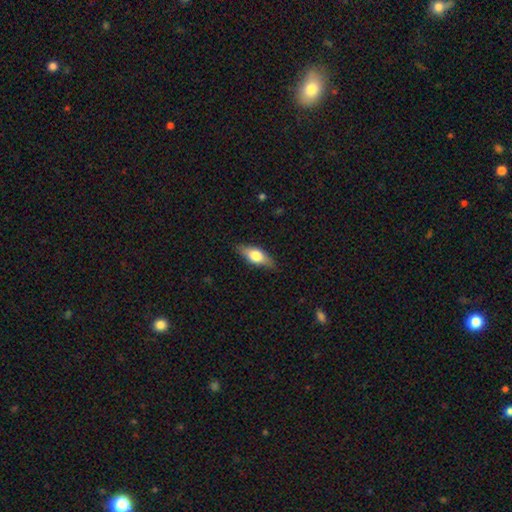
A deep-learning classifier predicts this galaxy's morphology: A smooth galaxy with no disk features (59%) that is in between round and cigar-shaped (68%). Merging: none (85%).